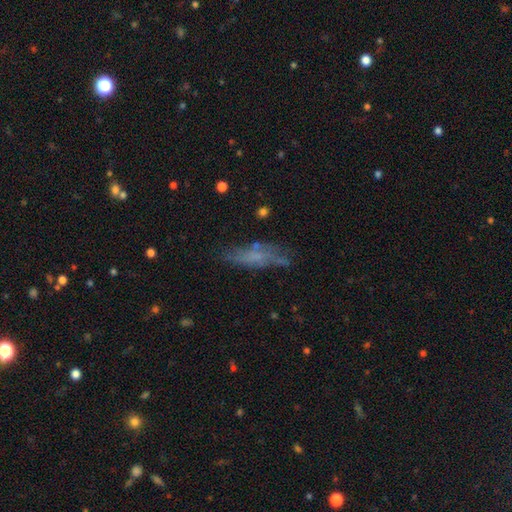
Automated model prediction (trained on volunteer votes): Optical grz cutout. It shows a smooth galaxy with no disk features (50%). Merging: none (61%).